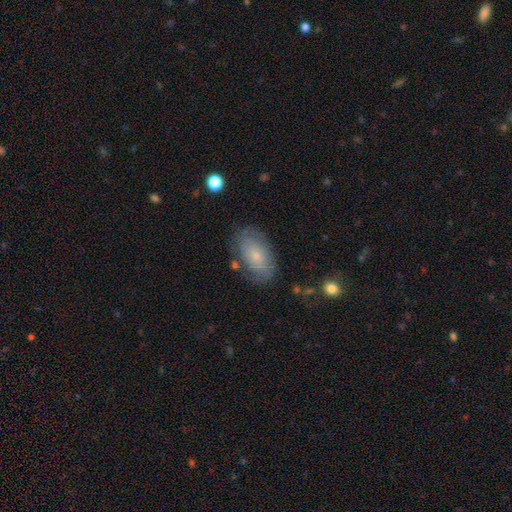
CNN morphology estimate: This is likely a smooth galaxy (61%). How rounded: clearly in between (92%). Merging: likely none (71%).